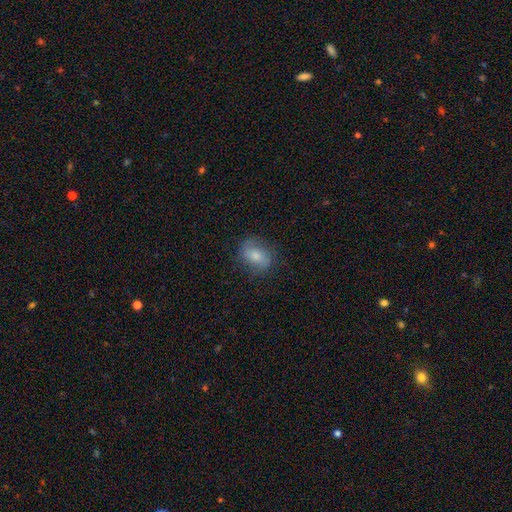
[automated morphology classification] Overall: smooth (58%; featured or disk 33%). How rounded: in between (69%; round 29%). Merging: none (74%).